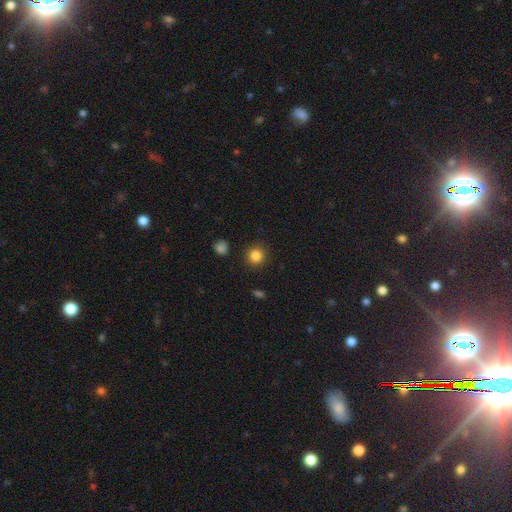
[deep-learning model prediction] This appears to be a smooth galaxy with no disk features (85%) that is round (92%). Merging: none (90%).